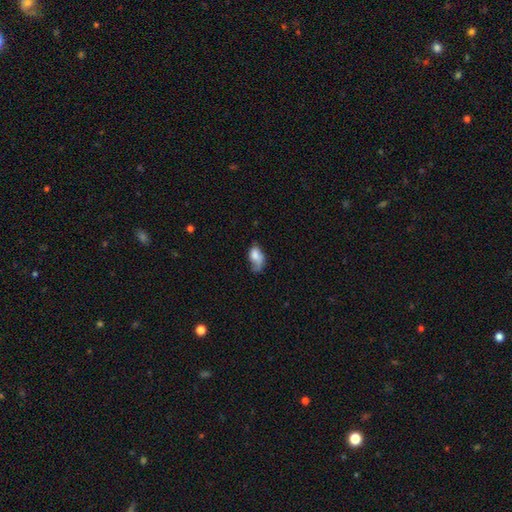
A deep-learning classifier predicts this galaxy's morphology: Q: Smooth or featured?
A: smooth (66%); runner-up: featured or disk (25%)
Q: How rounded?
A: in between (89%); runner-up: round (8%)
Q: Merging?
A: major disturbance (34%); runner-up: minor disturbance (31%)